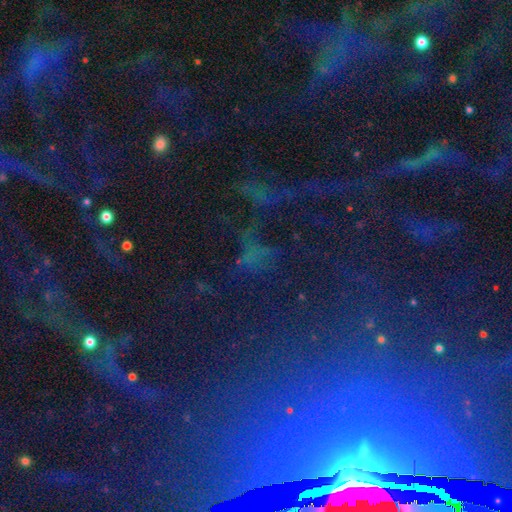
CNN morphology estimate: star or artifact 74%, smooth 16%, featured or disk 11%.